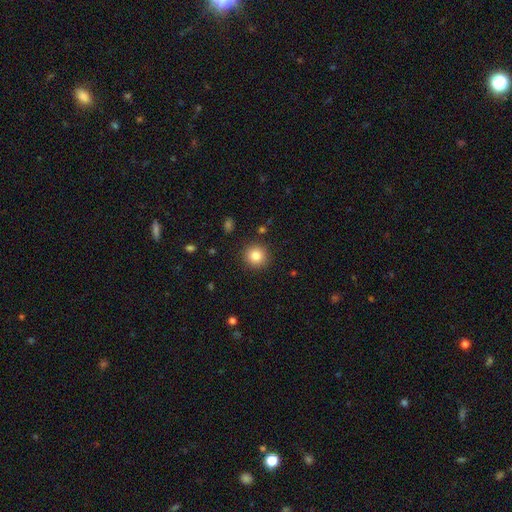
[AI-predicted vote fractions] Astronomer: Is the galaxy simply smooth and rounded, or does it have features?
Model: smooth — 83%.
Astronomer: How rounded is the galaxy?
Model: round — 92%.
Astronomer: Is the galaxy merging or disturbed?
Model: none — 90%.